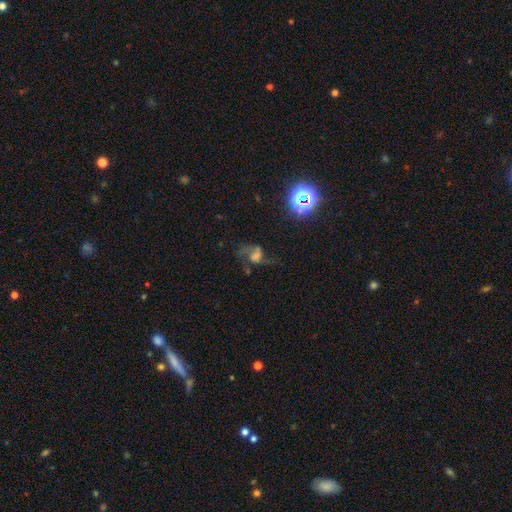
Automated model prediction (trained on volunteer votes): Smooth or featured? Predicted: featured or disk (p=0.62). Edge-on disk? Predicted: no (p=0.97). Bar? Predicted: no (p=0.58). Spiral arms? Predicted: yes (p=0.83). Spiral winding? Predicted: loose (p=0.68). Spiral arm count? Predicted: 2 (p=0.78). Bulge size? Predicted: none (p=0.30). Merging? Predicted: none (p=0.44).